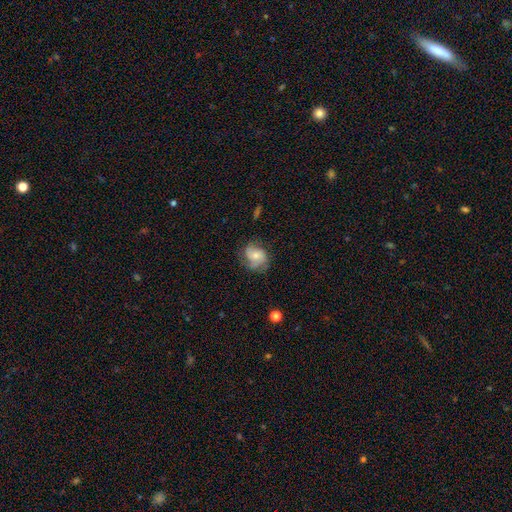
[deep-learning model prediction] Smooth or featured: featured or disk — 55% (smooth — 37%)
Edge-on disk: no — 97% (yes — 3%)
Bar: no — 66% (weak — 28%)
Spiral arms: yes — 87% (no — 13%)
Bulge size: small — 48% (moderate — 42%)
Merging: none — 60% (minor disturbance — 25%)